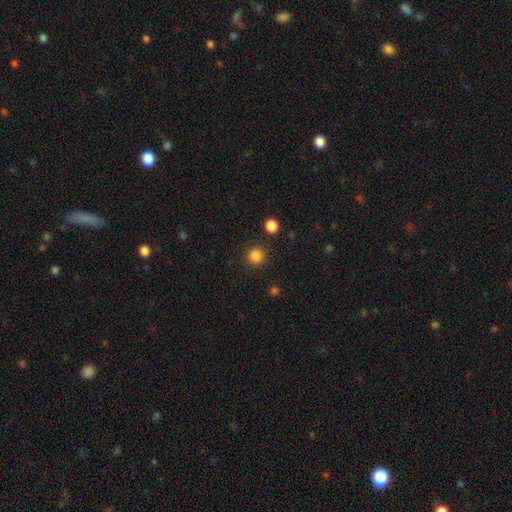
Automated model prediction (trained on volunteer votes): The model was most divided on "smooth or featured": smooth: 85%, star or artifact: 12%, featured or disk: 3%. More confident: how rounded — round (94%); merging — none (90%).